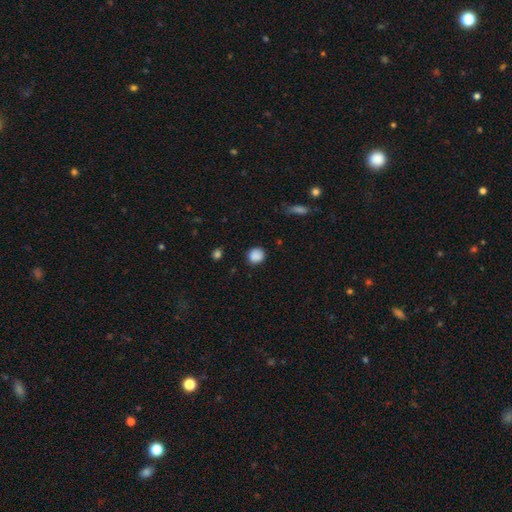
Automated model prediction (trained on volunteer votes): A smooth galaxy with no disk features (87%) that is round (89%). Merging: none (84%).